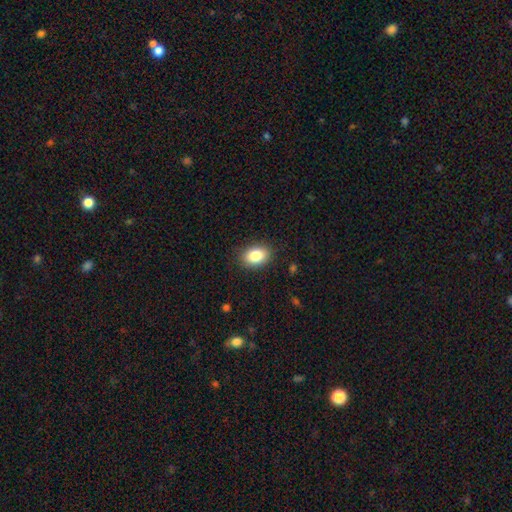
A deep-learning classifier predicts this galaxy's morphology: Smooth or featured: smooth — 84% (star or artifact — 8%)
How rounded: in between — 82% (round — 16%)
Merging: none — 87% (minor disturbance — 9%)